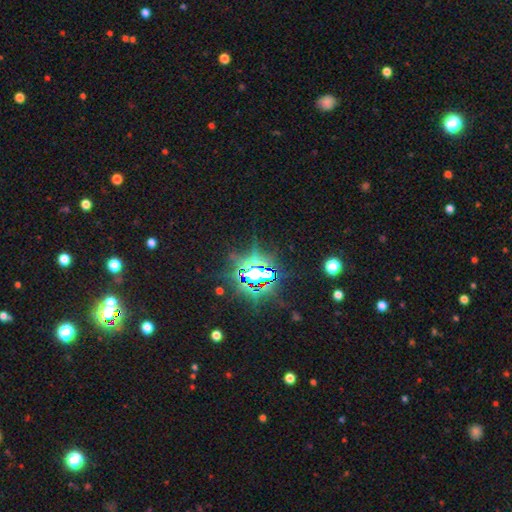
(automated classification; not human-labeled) Overall: star or artifact (83%).